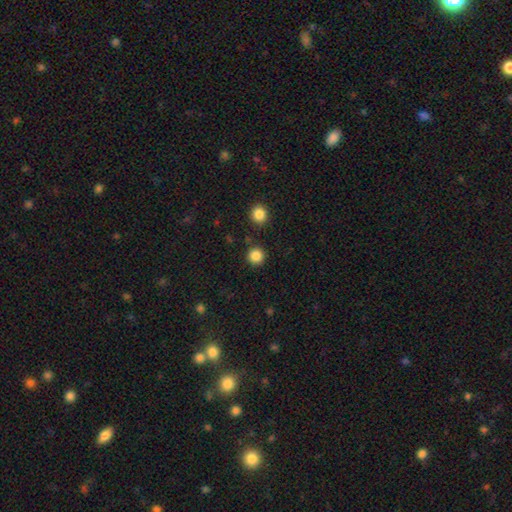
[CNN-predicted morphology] Q: Smooth or featured?
A: smooth (86%); runner-up: star or artifact (11%)
Q: How rounded?
A: round (94%); runner-up: in between (5%)
Q: Merging?
A: none (89%); runner-up: minor disturbance (6%)